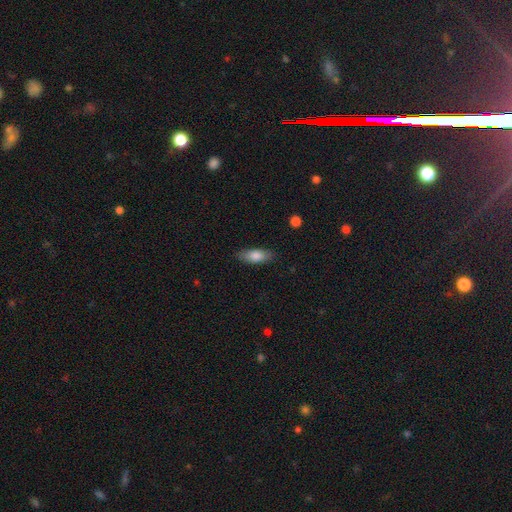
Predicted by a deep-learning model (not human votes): This is clearly a smooth galaxy (81%). How rounded: likely in between (75%). Merging: clearly none (84%).